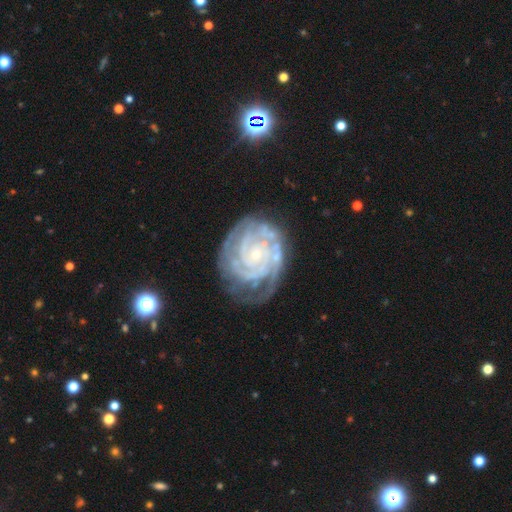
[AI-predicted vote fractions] This appears to be a featured or disk galaxy (90%) with no bar (74%), 2 (27%) tight (81%) spiral arms (98%) and a small central bulge (83%). Merging: none (65%).